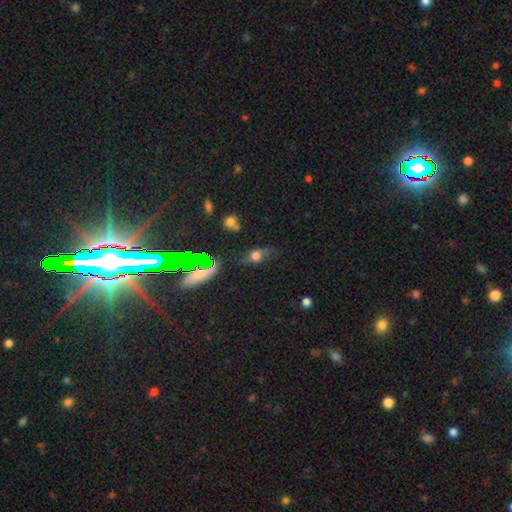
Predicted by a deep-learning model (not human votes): Q: Smooth or featured?
A: smooth (45%); runner-up: featured or disk (36%)
Q: Merging?
A: none (55%); runner-up: minor disturbance (25%)